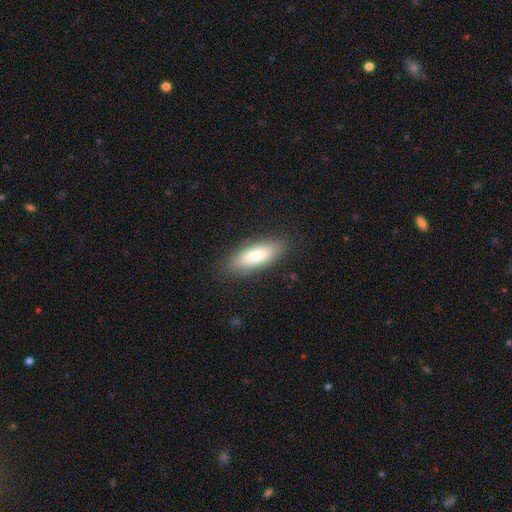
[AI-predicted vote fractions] Morphology: type=smooth (80%); roundness=in between (67%); merging=none (86%).